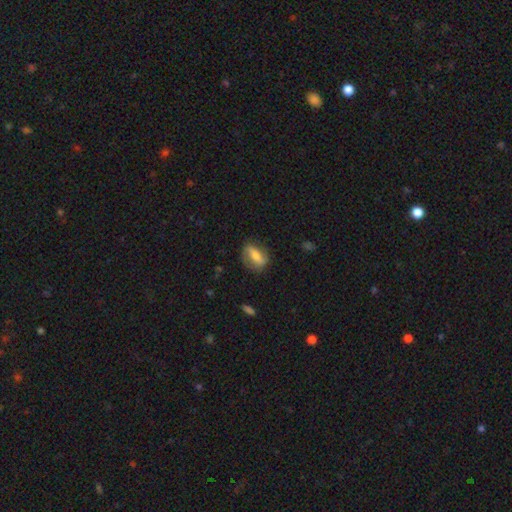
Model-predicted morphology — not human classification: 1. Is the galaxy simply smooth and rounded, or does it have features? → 52% smooth, 41% featured or disk, 7% star or artifact.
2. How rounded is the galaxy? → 72% in between, 16% cigar-shaped, 12% round.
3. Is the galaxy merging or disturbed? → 74% none, 18% minor disturbance, 6% major disturbance, 1% merger.